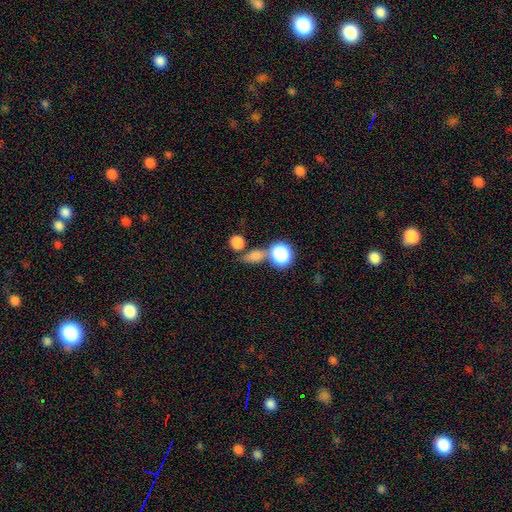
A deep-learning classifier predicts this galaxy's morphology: Q: Smooth or featured?
A: smooth (74%); runner-up: star or artifact (17%)
Q: How rounded?
A: round (53%); runner-up: in between (41%)
Q: Merging?
A: none (56%); runner-up: merger (26%)